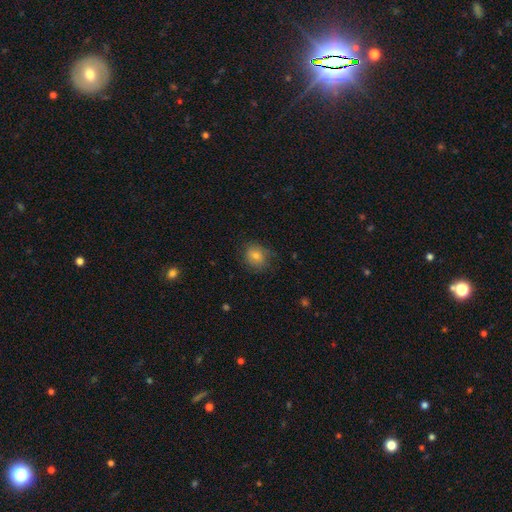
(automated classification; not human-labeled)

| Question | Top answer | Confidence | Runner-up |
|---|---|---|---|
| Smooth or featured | smooth | 74% | featured or disk (14%) |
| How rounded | round | 70% | in between (29%) |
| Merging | none | 76% | minor disturbance (18%) |